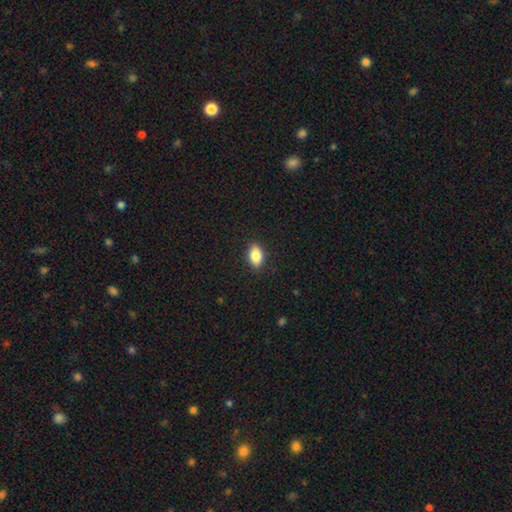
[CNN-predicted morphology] type=smooth (83%); roundness=in between (87%); merging=none (88%).